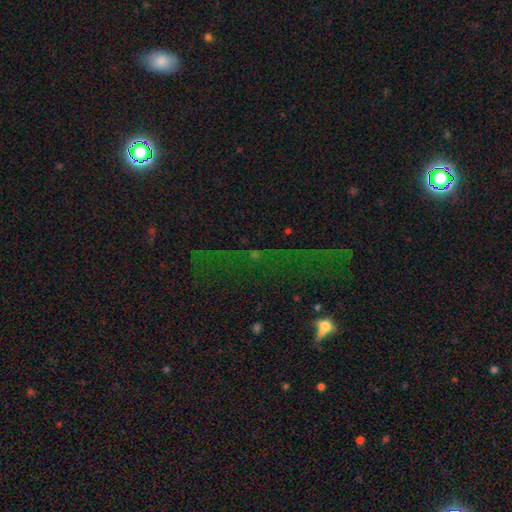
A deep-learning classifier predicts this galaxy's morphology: Smooth or featured? Predicted: star or artifact (p=0.70).